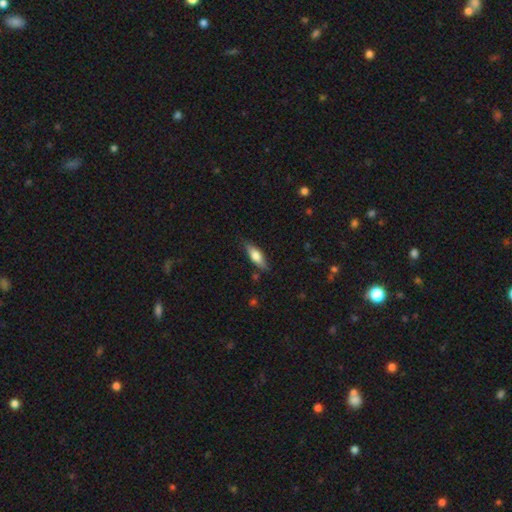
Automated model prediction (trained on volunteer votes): Smooth or featured: smooth — 63% (featured or disk — 31%)
How rounded: in between — 52% (cigar-shaped — 46%)
Merging: none — 80% (minor disturbance — 15%)